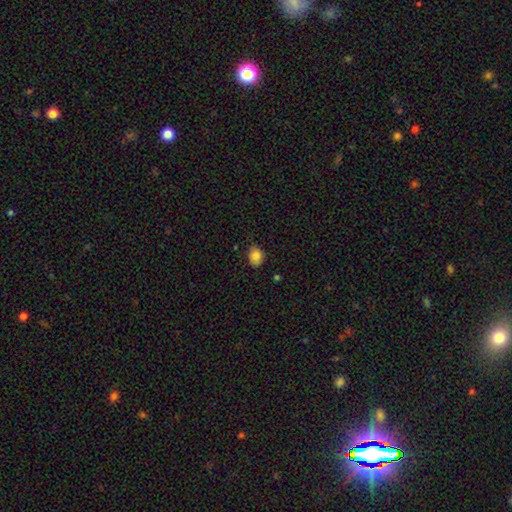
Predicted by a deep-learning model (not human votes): This appears to be a smooth galaxy with no disk features (85%) that is in between round and cigar-shaped (58%). Merging: none (73%).